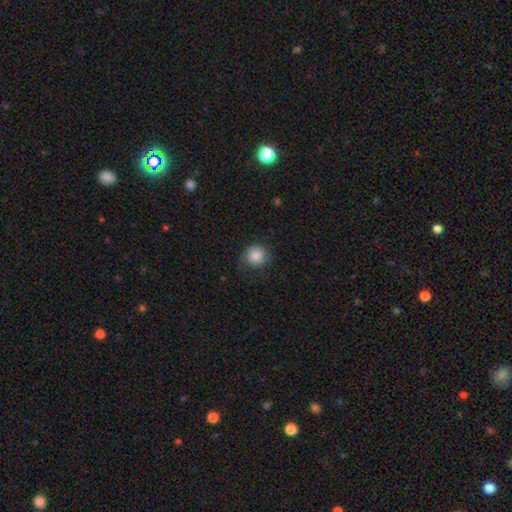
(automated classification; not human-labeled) Smooth or featured: smooth — 84% (star or artifact — 8%)
How rounded: round — 89% (in between — 10%)
Merging: none — 69% (minor disturbance — 22%)